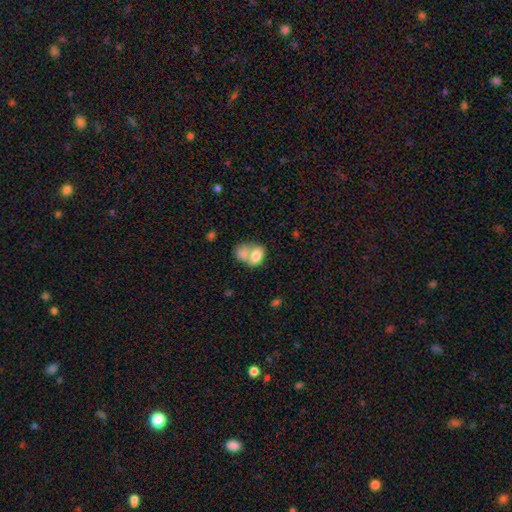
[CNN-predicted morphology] Smooth or featured?
  - smooth: 78% *
  - featured or disk: 15%
  - star or artifact: 8%
How rounded?
  - in between: 73% *
  - round: 26%
  - cigar-shaped: 1%
Merging?
  - merger: 66% *
  - none: 22%
  - minor disturbance: 8%
  - major disturbance: 5%